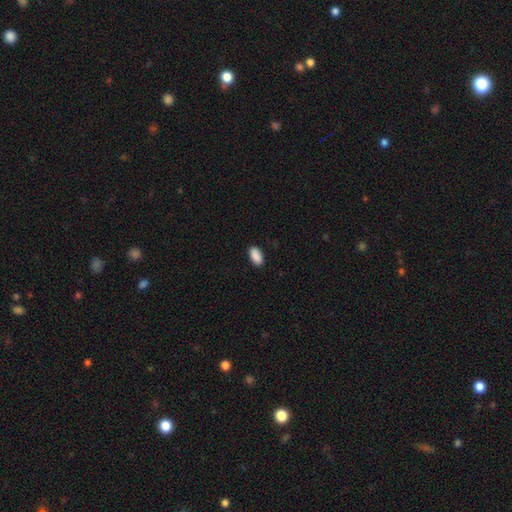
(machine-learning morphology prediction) A smooth galaxy with no disk features (90%) that is in between round and cigar-shaped (93%).

Vote fractions:
- Smooth or featured? smooth: 90% / star or artifact: 7% / featured or disk: 3%
- How rounded? in between: 93% / cigar-shaped: 4% / round: 3%
- Merging? none: 89% / minor disturbance: 8% / major disturbance: 2% / merger: 1%